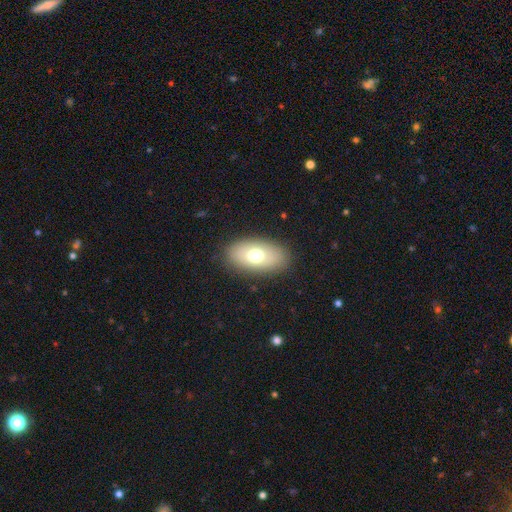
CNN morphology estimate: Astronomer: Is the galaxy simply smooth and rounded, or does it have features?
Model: smooth — 69%.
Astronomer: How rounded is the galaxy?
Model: in between — 89%.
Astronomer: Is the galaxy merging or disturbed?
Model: none — 86%.